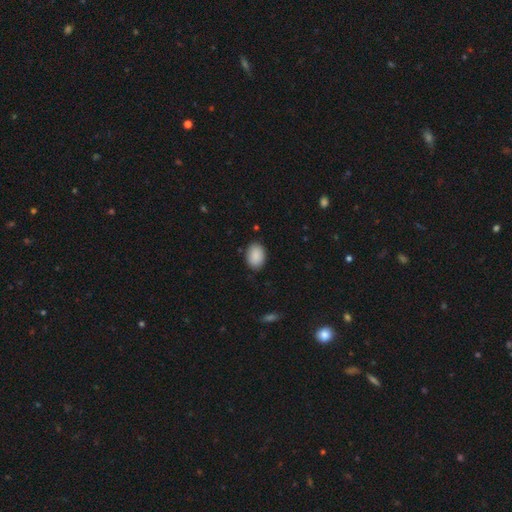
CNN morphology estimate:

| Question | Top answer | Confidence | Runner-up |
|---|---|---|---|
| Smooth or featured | smooth | 90% | star or artifact (7%) |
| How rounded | in between | 82% | round (17%) |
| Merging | none | 86% | minor disturbance (11%) |